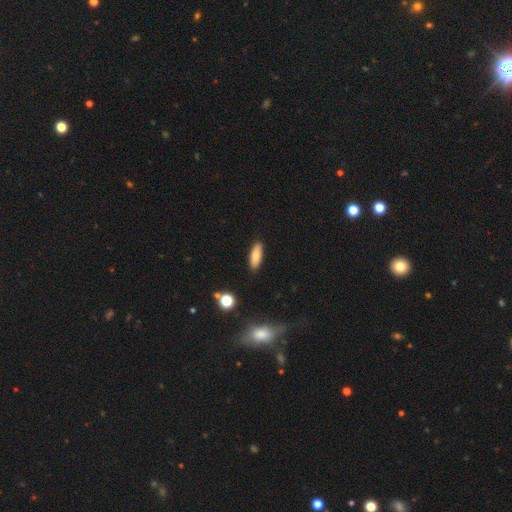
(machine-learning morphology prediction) smooth_or_featured: smooth (p=0.82) [alt: featured or disk p=0.11]
how_rounded: in between (p=0.66) [alt: cigar-shaped p=0.31]
merging: none (p=0.88) [alt: minor disturbance p=0.09]